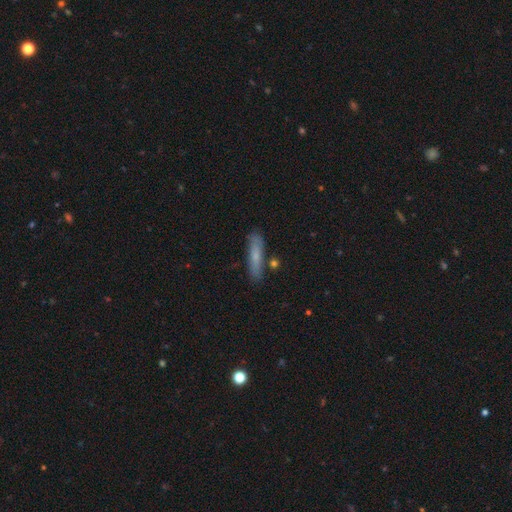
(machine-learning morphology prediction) Smooth or featured: smooth — 66% (featured or disk — 27%)
How rounded: cigar-shaped — 84% (in between — 14%)
Merging: none — 79% (minor disturbance — 14%)